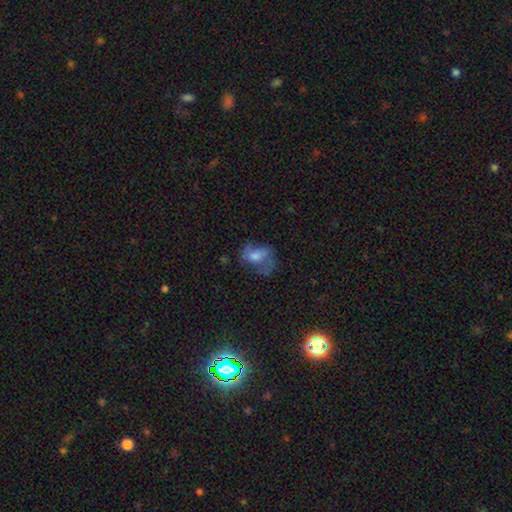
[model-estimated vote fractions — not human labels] This is possibly a smooth galaxy (46%). Merging: marginally none (41%).